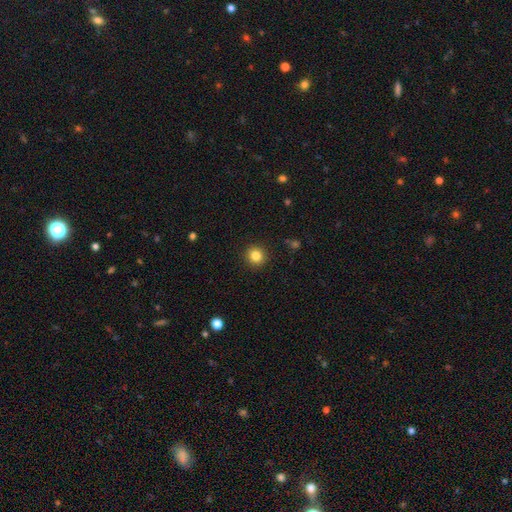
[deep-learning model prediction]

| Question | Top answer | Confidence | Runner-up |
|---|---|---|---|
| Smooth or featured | smooth | 84% | star or artifact (11%) |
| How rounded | round | 93% | in between (6%) |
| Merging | none | 92% | minor disturbance (5%) |